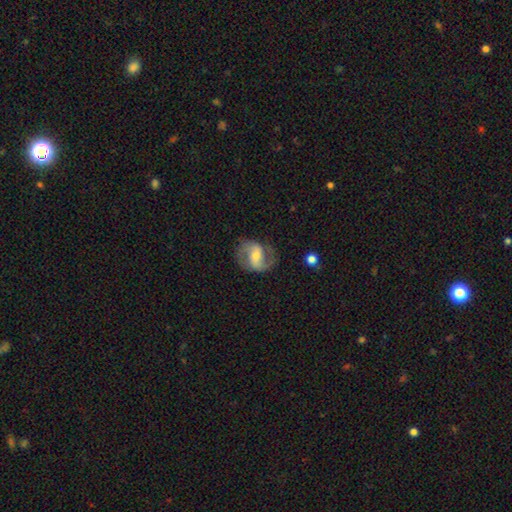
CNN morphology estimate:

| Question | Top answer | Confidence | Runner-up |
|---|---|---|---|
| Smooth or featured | featured or disk | 81% | smooth (14%) |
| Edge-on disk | no | 97% | yes (3%) |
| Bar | weak | 43% | strong (33%) |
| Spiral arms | yes | 93% | no (7%) |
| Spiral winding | medium | 53% | loose (28%) |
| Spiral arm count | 2 | 90% | can't tell (4%) |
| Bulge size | moderate | 51% | small (38%) |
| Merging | none | 74% | minor disturbance (16%) |